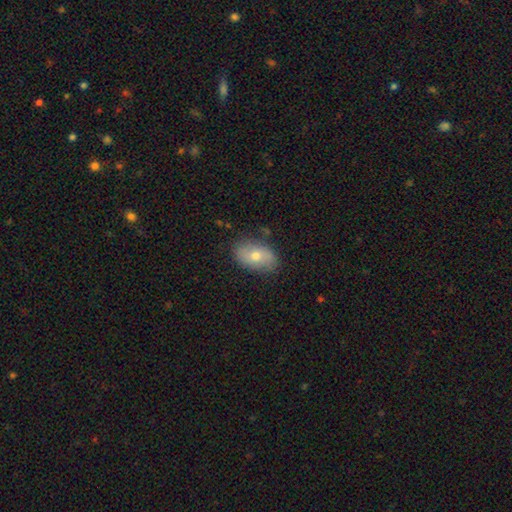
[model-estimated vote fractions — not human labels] This is likely a smooth galaxy (69%). How rounded: clearly in between (88%). Merging: clearly none (81%).